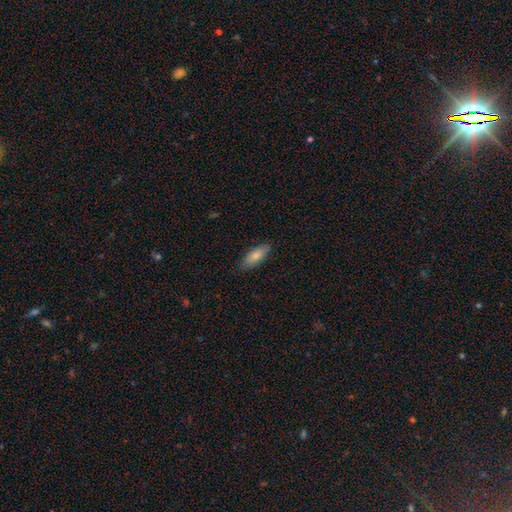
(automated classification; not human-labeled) A smooth galaxy with no disk features (78%) that is in between round and cigar-shaped (72%). Merging: none (83%).